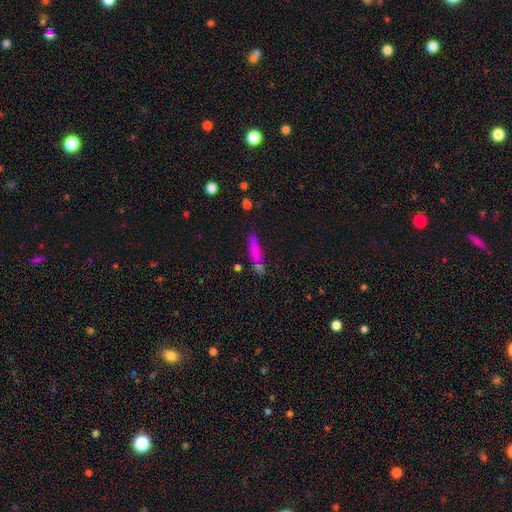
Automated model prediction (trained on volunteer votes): smooth-or-featured: smooth: 76% | featured or disk: 15% | star or artifact: 9%
  how-rounded: cigar-shaped: 80% | in between: 18% | round: 2%
  merging: none: 69% | minor disturbance: 17% | merger: 9% | major disturbance: 5%